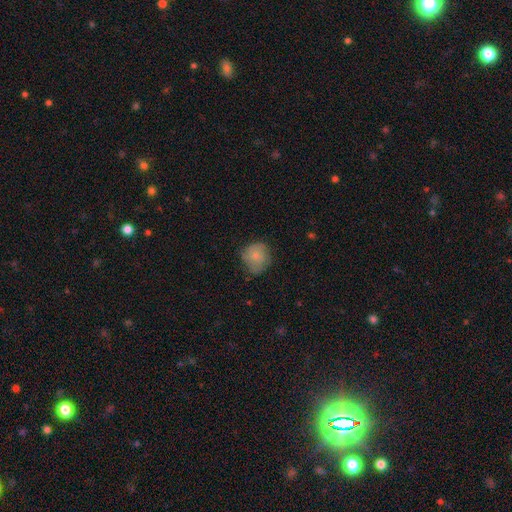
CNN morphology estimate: Smooth or featured: smooth — 75% (featured or disk — 16%)
How rounded: round — 82% (in between — 17%)
Merging: none — 61% (minor disturbance — 29%)